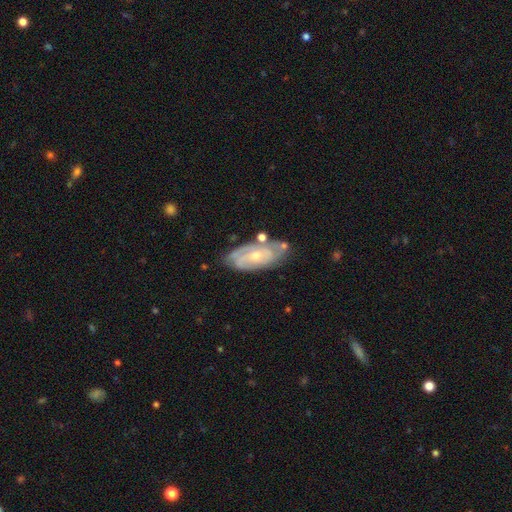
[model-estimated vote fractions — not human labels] smooth_or_featured: featured or disk (p=0.75) [alt: smooth p=0.19]
disk_edge_on: no (p=0.92) [alt: yes p=0.08]
bar: no (p=0.70) [alt: weak p=0.25]
has_spiral_arms: yes (p=0.87) [alt: no p=0.13]
spiral_winding: tight (p=0.64) [alt: medium p=0.28]
spiral_arm_count: can't tell (p=0.41) [alt: 2 p=0.35]
bulge_size: small (p=0.62) [alt: moderate p=0.35]
merging: none (p=0.65) [alt: minor disturbance p=0.22]